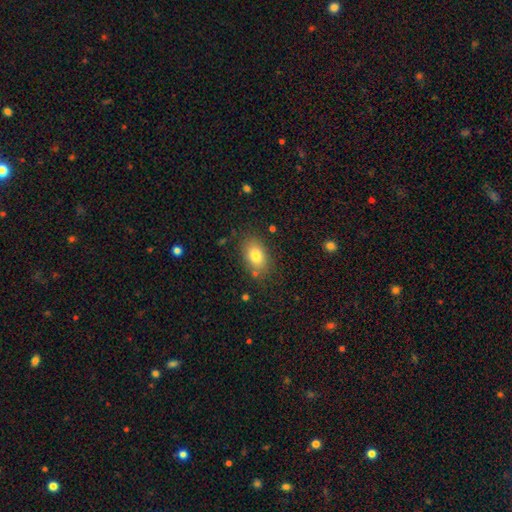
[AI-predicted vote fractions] The model was most divided on "merging": none: 81%, minor disturbance: 12%, major disturbance: 4%, merger: 3%. More confident: how rounded — in between (84%); smooth or featured — smooth (80%).